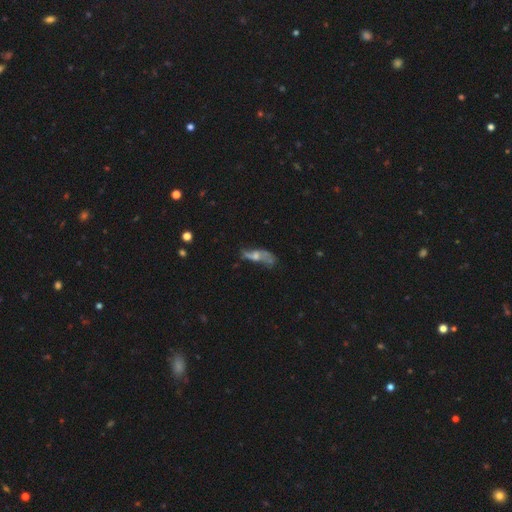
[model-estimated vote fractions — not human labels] Smooth or featured?
  - featured or disk: 57% *
  - smooth: 28%
  - star or artifact: 14%
Edge-on disk?
  - no: 76% *
  - yes: 24%
Merging?
  - none: 39% *
  - major disturbance: 28%
  - minor disturbance: 23%
  - merger: 10%